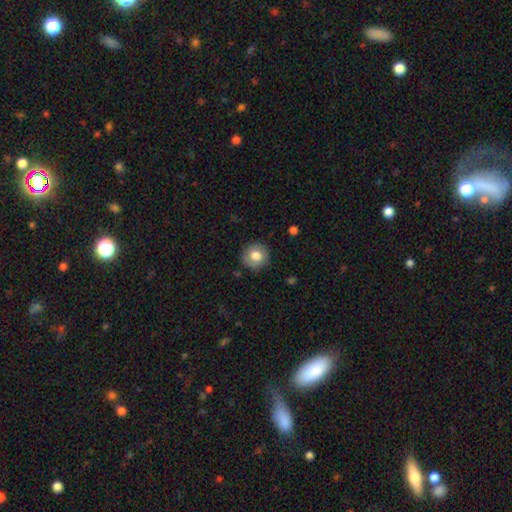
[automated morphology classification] Overall: smooth (76%). How rounded: round (91%). Merging: none (86%).